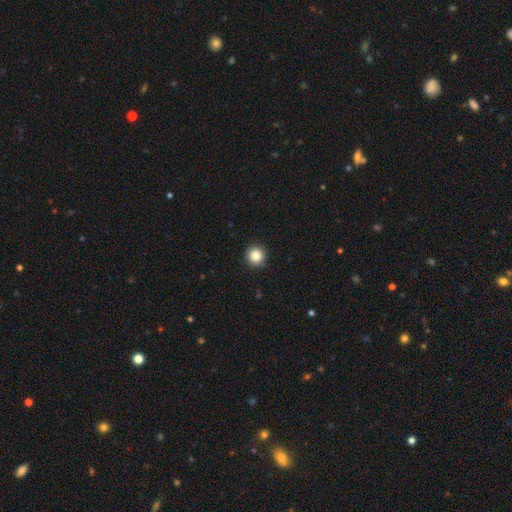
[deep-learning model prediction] A smooth galaxy with no disk features (85%) that is round (95%). Merging: none (93%).